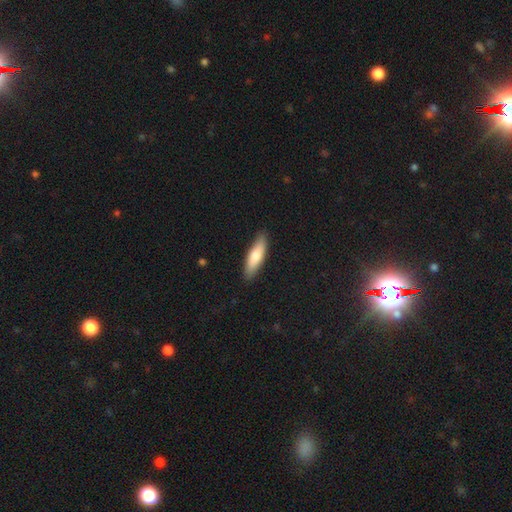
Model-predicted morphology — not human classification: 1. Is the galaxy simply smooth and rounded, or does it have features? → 74% smooth, 21% featured or disk, 5% star or artifact.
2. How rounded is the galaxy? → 59% cigar-shaped, 40% in between, 2% round.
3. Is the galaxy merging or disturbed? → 88% none, 9% minor disturbance, 2% major disturbance, 1% merger.